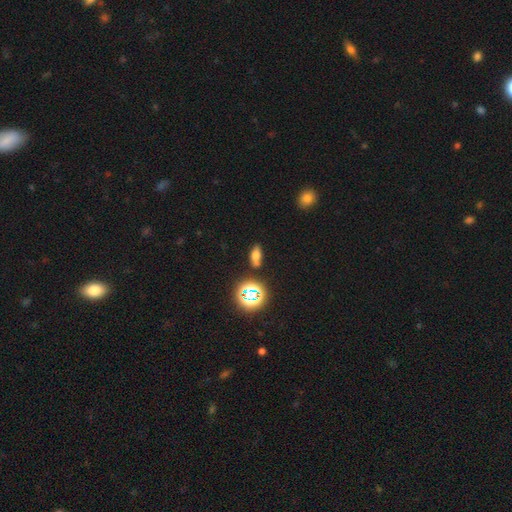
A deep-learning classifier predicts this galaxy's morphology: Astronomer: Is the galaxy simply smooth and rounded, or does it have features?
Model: smooth — 60%.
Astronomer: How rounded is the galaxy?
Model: in between — 76%.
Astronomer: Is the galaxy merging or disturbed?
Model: none — 74%.